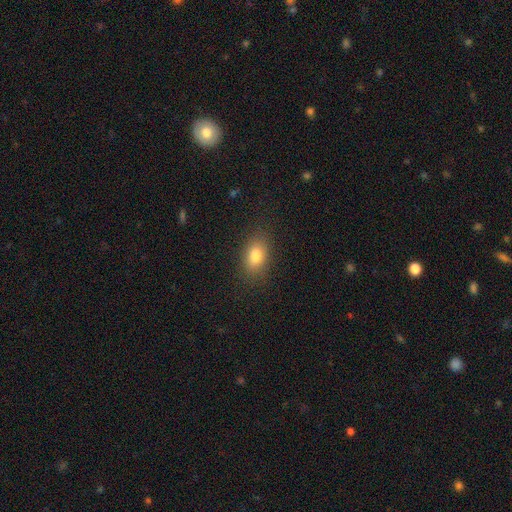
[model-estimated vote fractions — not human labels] Morphology: type=smooth (81%); roundness=in between (84%); merging=none (86%).